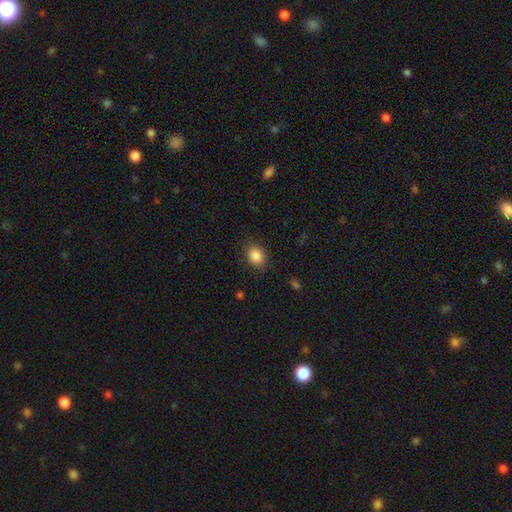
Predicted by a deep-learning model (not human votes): smooth_or_featured: smooth (p=0.87) [alt: star or artifact p=0.09]
how_rounded: in between (p=0.57) [alt: round p=0.42]
merging: none (p=0.85) [alt: minor disturbance p=0.11]